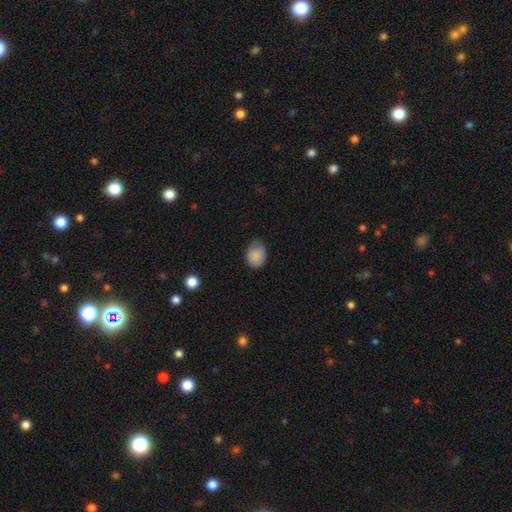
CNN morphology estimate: The model was most divided on "how rounded": in between: 51%, round: 48%, cigar-shaped: 1%. More confident: smooth or featured — smooth (87%); merging — none (67%).